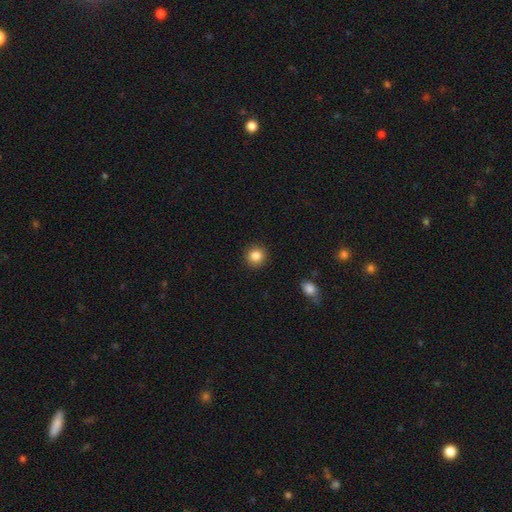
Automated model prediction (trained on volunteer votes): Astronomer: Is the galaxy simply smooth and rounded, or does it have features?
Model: smooth — 85%.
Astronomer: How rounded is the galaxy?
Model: round — 92%.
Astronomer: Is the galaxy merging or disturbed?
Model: none — 92%.